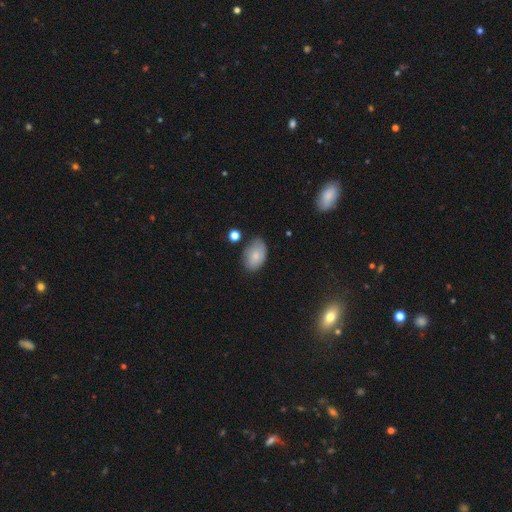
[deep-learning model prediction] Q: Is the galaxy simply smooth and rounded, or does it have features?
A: smooth — 79%.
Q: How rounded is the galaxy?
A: in between — 90%.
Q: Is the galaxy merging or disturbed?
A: none — 69%.